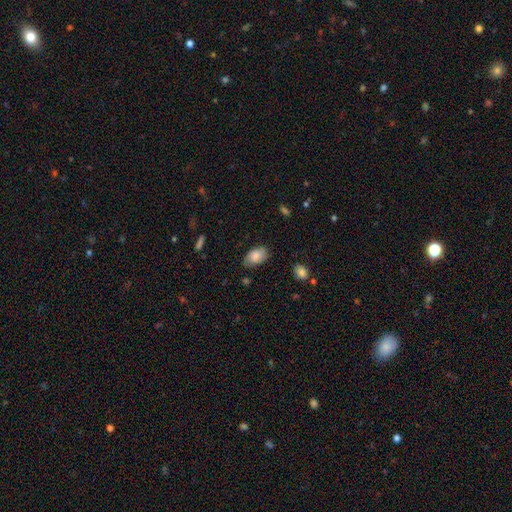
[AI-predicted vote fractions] A smooth galaxy with no disk features (76%) that is in between round and cigar-shaped (92%). Merging: none (73%).